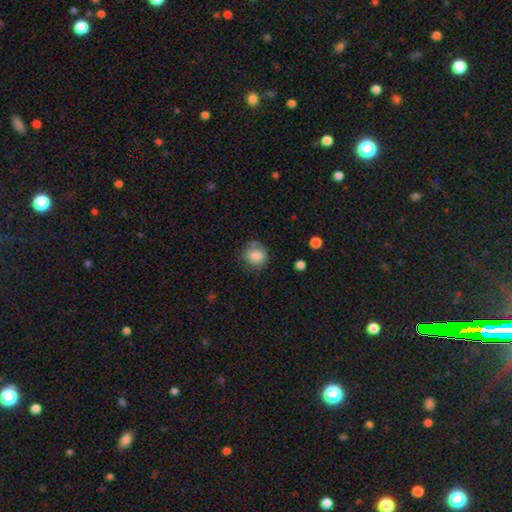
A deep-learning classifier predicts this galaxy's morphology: smooth-or-featured: smooth: 84% | star or artifact: 9% | featured or disk: 7%
  how-rounded: round: 80% | in between: 20% | cigar-shaped: 1%
  merging: none: 67% | minor disturbance: 23% | major disturbance: 7% | merger: 3%